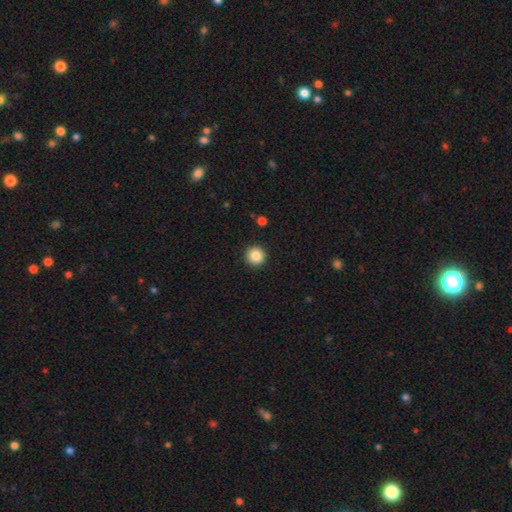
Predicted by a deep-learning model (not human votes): smooth_or_featured: smooth (p=0.86) [alt: star or artifact p=0.09]
how_rounded: round (p=0.96) [alt: in between p=0.03]
merging: none (p=0.93) [alt: minor disturbance p=0.04]